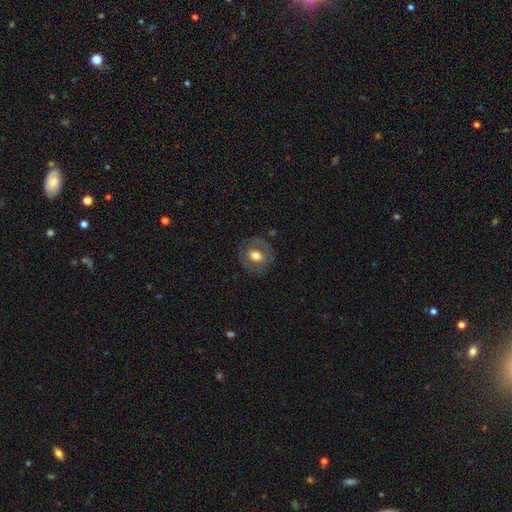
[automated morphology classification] type=smooth (54%); roundness=round (66%); merging=none (80%).